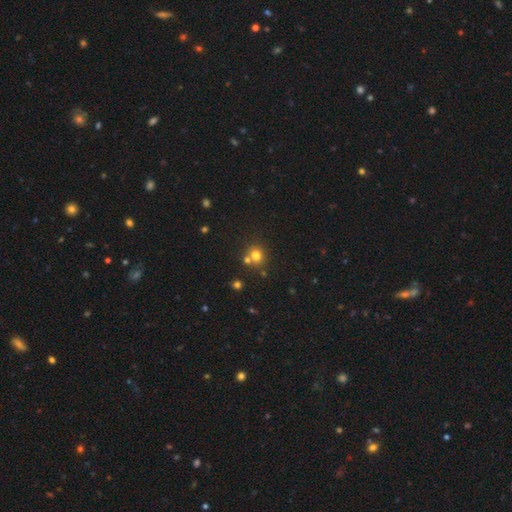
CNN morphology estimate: This appears to be a smooth galaxy with no disk features (73%) that is round (86%). Merging: none (64%).